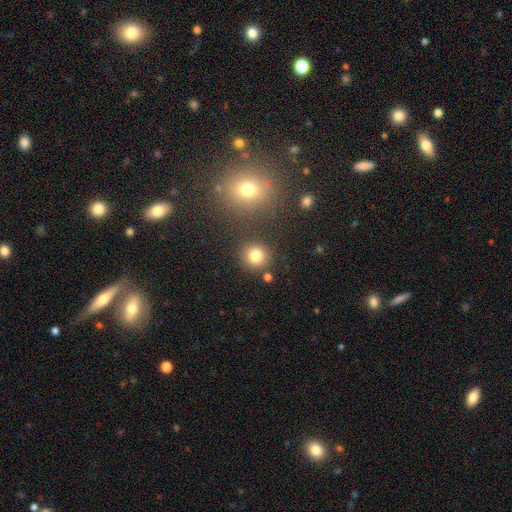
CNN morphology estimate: type=smooth (81%); roundness=round (88%); merging=none (83%).